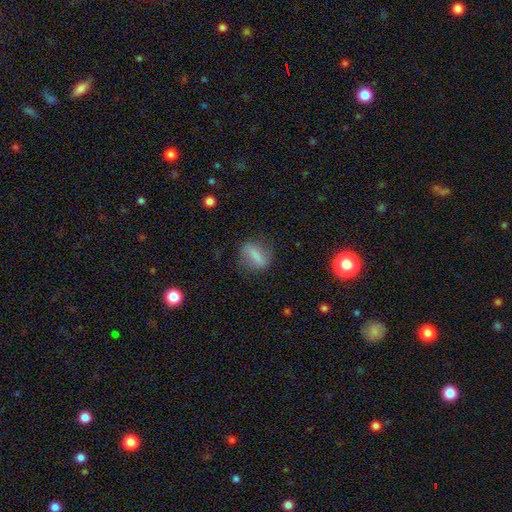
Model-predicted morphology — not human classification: A smooth galaxy with no disk features (69%) that is in between round and cigar-shaped (65%). Merging: none (71%).